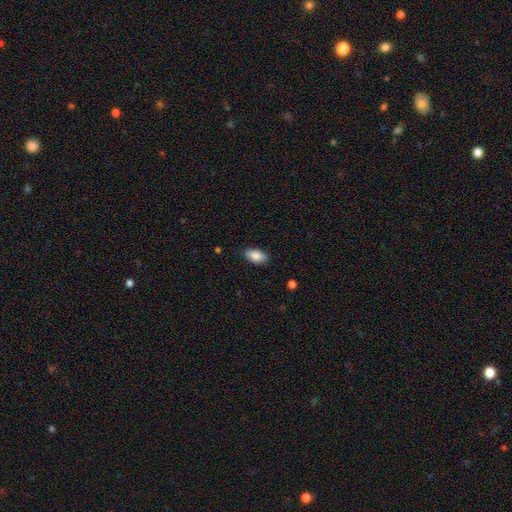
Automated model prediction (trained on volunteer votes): Morphology: type=smooth (87%); roundness=in between (93%); merging=none (86%).